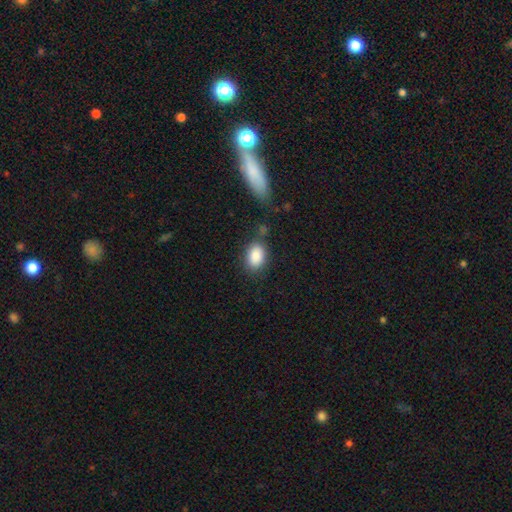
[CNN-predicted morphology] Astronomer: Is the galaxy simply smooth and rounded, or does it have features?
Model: smooth — 87%.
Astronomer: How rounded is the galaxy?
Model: in between — 83%.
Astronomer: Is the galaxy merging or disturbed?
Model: none — 74%.